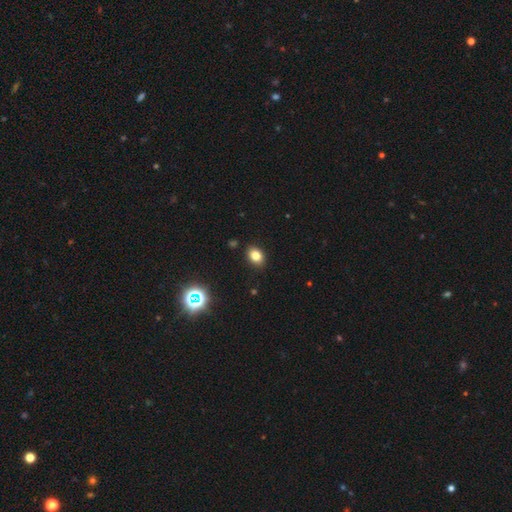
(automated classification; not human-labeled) smooth 80%, star or artifact 13%, featured or disk 7%. Down the decision tree: how rounded — in between (69%); merging — none (89%).